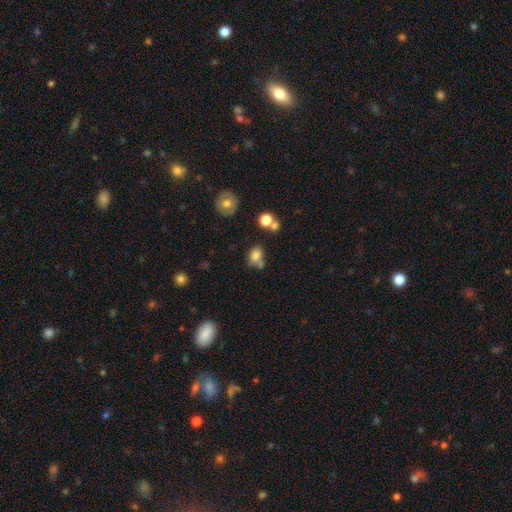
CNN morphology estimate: smooth-or-featured: smooth: 78% | star or artifact: 12% | featured or disk: 10%
  how-rounded: in between: 69% | round: 30% | cigar-shaped: 1%
  merging: none: 50% | merger: 25% | minor disturbance: 18% | major disturbance: 7%